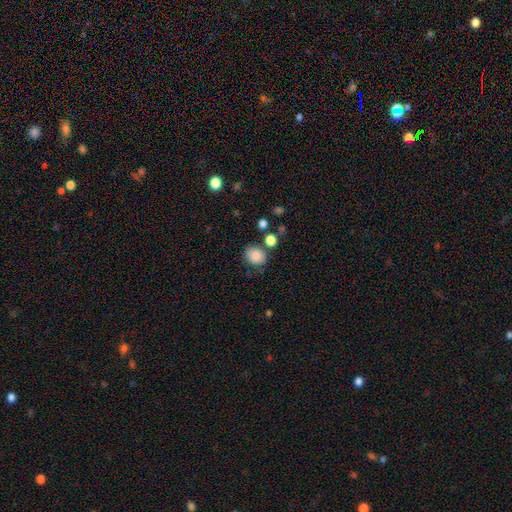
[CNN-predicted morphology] type=smooth (83%); roundness=round (63%); merging=none (74%).